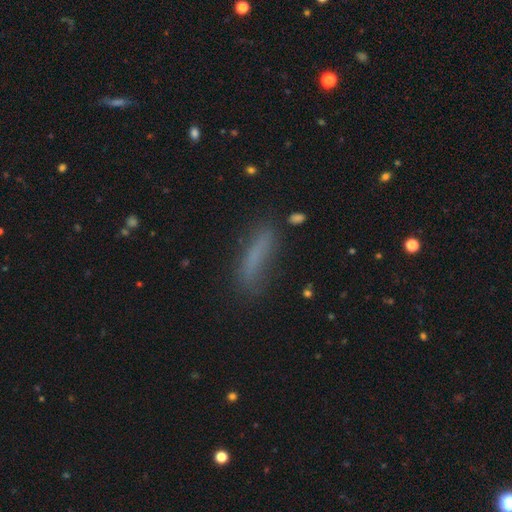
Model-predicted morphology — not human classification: Overall: smooth (71%). How rounded: cigar-shaped (78%). Merging: none (73%).